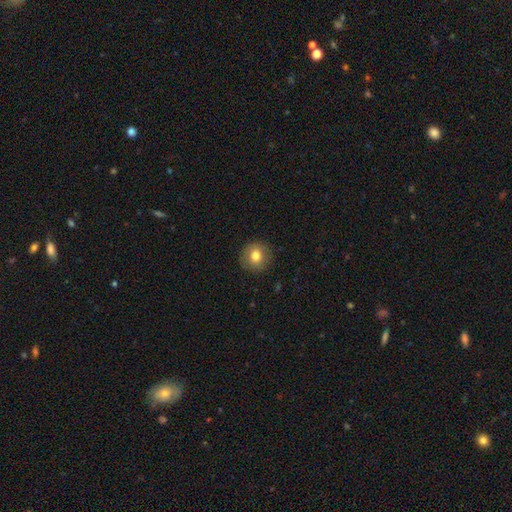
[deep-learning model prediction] This appears to be a smooth galaxy with no disk features (78%) that is round (91%). Merging: none (90%).